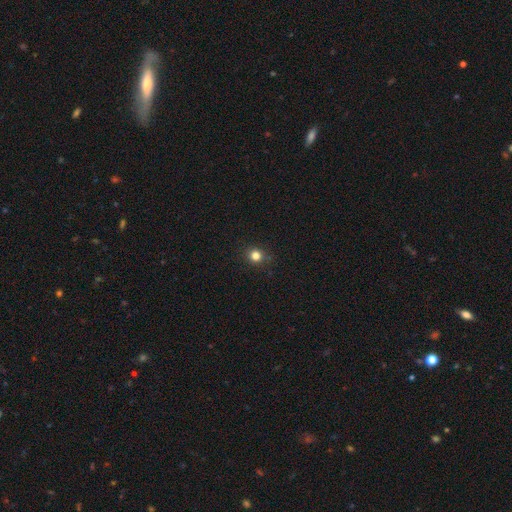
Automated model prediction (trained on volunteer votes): Smooth or featured?
  - smooth: 81% *
  - star or artifact: 14%
  - featured or disk: 4%
How rounded?
  - round: 89% *
  - in between: 10%
  - cigar-shaped: 1%
Merging?
  - none: 89% *
  - minor disturbance: 7%
  - major disturbance: 2%
  - merger: 1%